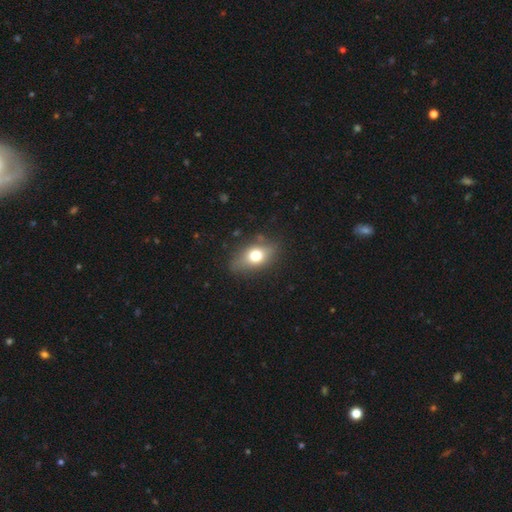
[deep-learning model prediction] Smooth or featured: smooth — 69% (featured or disk — 21%)
How rounded: in between — 76% (round — 19%)
Merging: none — 79% (minor disturbance — 15%)